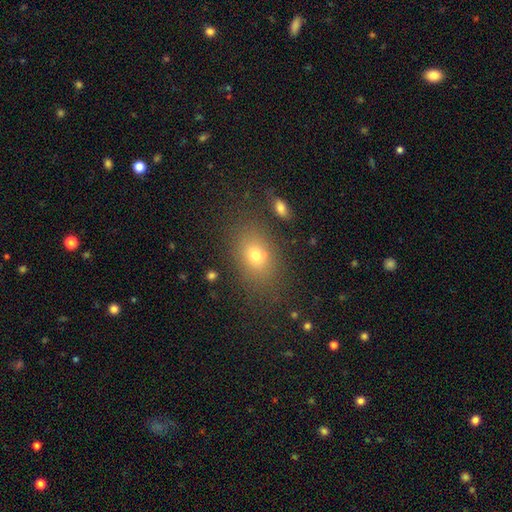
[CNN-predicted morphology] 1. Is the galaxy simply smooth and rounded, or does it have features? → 72% smooth, 15% star or artifact, 14% featured or disk.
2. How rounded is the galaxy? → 73% in between, 25% round, 2% cigar-shaped.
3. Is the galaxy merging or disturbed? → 77% none, 12% minor disturbance, 5% major disturbance, 5% merger.